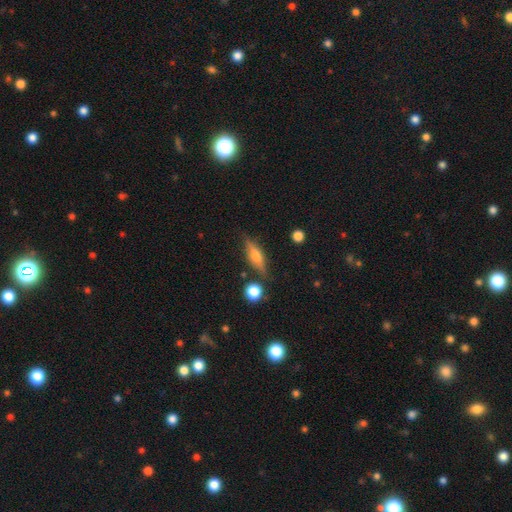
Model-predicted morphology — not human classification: Smooth or featured?
  - featured or disk: 55% *
  - smooth: 36%
  - star or artifact: 8%
Edge-on disk?
  - yes: 92% *
  - no: 8%
Edge-on bulge?
  - rounded: 86% *
  - boxy: 9%
  - none: 4%
Merging?
  - none: 79% *
  - minor disturbance: 13%
  - merger: 4%
  - major disturbance: 4%